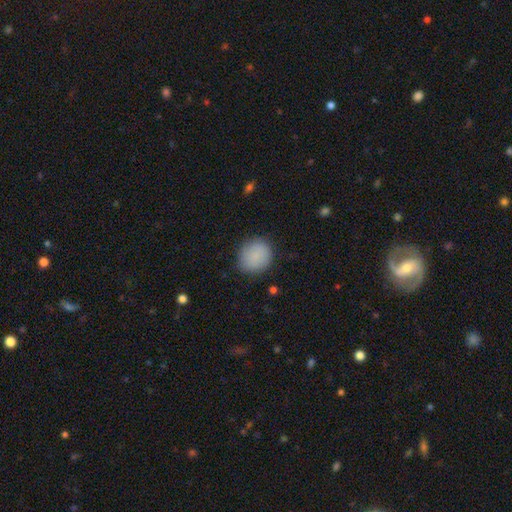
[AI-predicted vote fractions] Morphology: type=smooth (87%); roundness=round (79%); merging=none (84%).